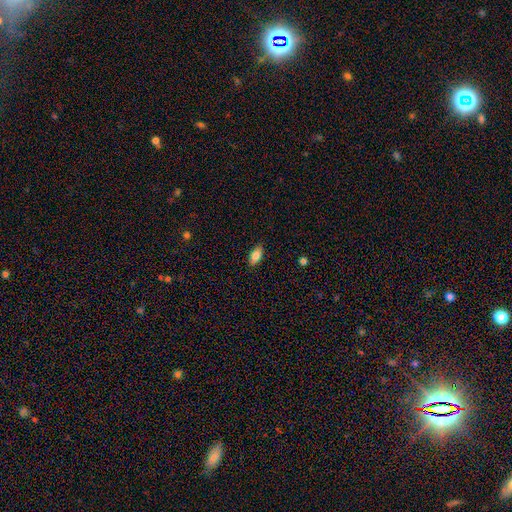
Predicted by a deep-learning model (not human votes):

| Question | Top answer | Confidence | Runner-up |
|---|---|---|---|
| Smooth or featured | smooth | 84% | featured or disk (8%) |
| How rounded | in between | 90% | cigar-shaped (6%) |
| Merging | none | 85% | minor disturbance (12%) |